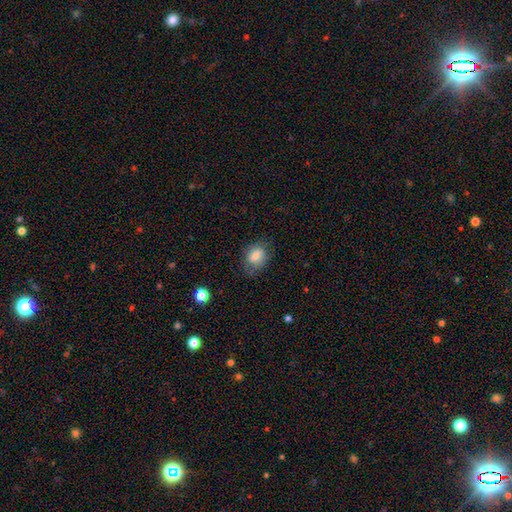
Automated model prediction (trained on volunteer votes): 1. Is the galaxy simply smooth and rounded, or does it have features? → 79% smooth, 12% featured or disk, 9% star or artifact.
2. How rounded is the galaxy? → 67% in between, 31% round, 1% cigar-shaped.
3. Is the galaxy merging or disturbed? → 69% none, 22% minor disturbance, 7% major disturbance, 1% merger.